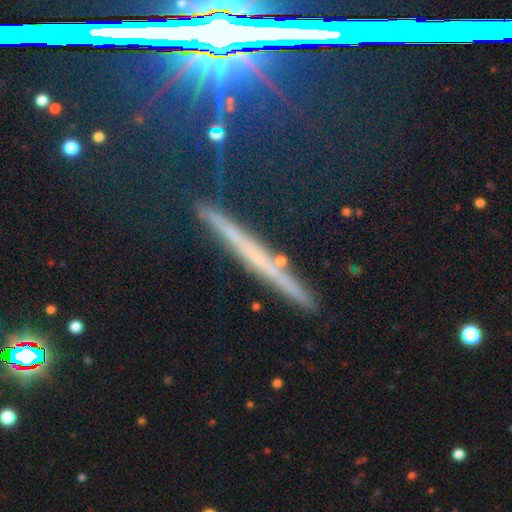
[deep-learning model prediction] Q: Smooth or featured?
A: featured or disk (54%); runner-up: smooth (31%)
Q: Edge-on disk?
A: yes (95%); runner-up: no (5%)
Q: Edge-on bulge?
A: none (83%); runner-up: rounded (11%)
Q: Merging?
A: none (84%); runner-up: minor disturbance (11%)